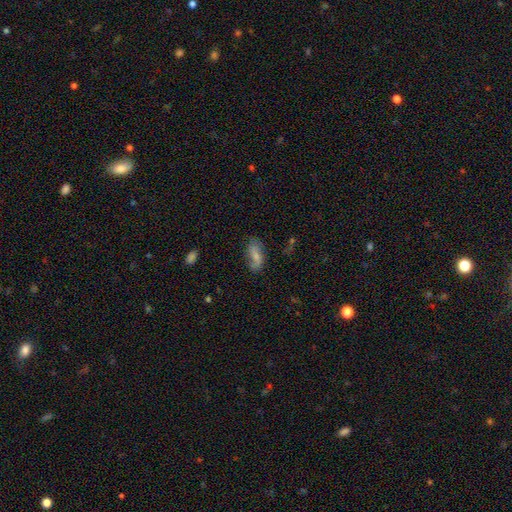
A featured or disk galaxy (54%) with no bar (44%), 2 (87%) loose (60%) spiral arms (83%) and a small central bulge (39%). Merging: none (67%).